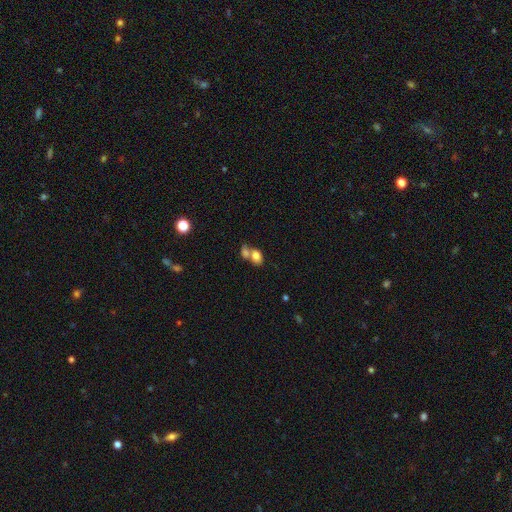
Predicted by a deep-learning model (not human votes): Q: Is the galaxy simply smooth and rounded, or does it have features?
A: smooth — 79%.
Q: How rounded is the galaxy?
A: in between — 80%.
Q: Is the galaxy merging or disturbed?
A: merger — 59%.